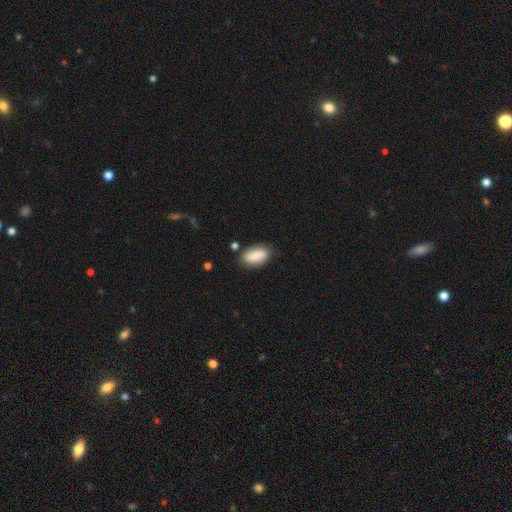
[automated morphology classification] A smooth galaxy with no disk features (82%) that is in between round and cigar-shaped (90%). Merging: none (79%).